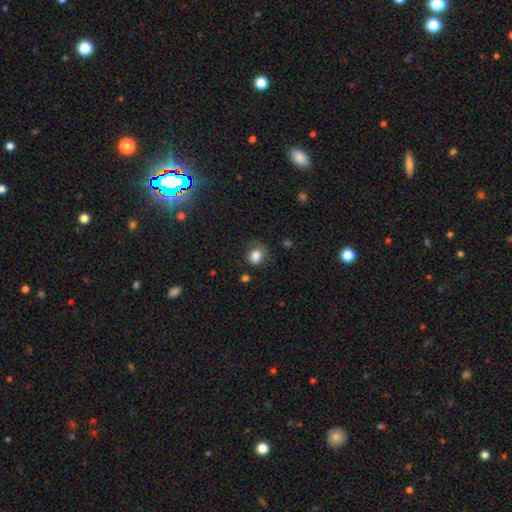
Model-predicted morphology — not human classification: A smooth galaxy with no disk features (83%) that is round (57%). Merging: none (58%).